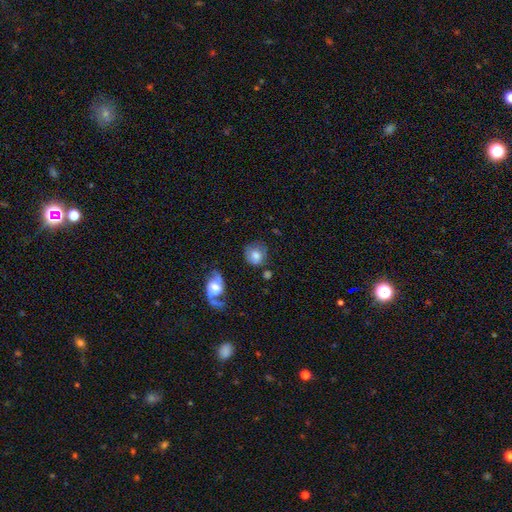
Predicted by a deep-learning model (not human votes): A smooth galaxy with no disk features (69%) that is round (75%).

Vote fractions:
- Smooth or featured? smooth: 69% / featured or disk: 23% / star or artifact: 8%
- How rounded? round: 75% / in between: 23% / cigar-shaped: 1%
- Merging? none: 56% / minor disturbance: 26% / major disturbance: 12% / merger: 6%